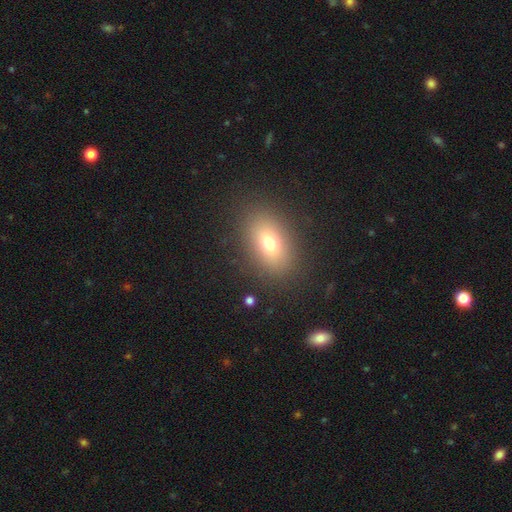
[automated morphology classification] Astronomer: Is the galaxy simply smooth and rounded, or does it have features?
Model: smooth — 68%.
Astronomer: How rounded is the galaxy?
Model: in between — 82%.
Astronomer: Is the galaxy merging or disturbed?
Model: none — 89%.